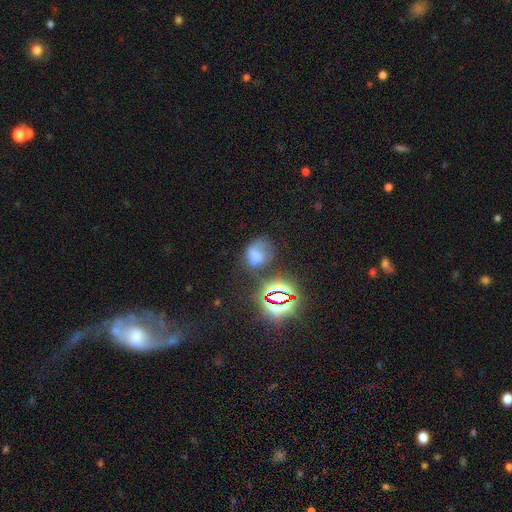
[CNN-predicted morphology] This is possibly a smooth galaxy (50%). How rounded: possibly in between (51%). Merging: marginally none (39%).